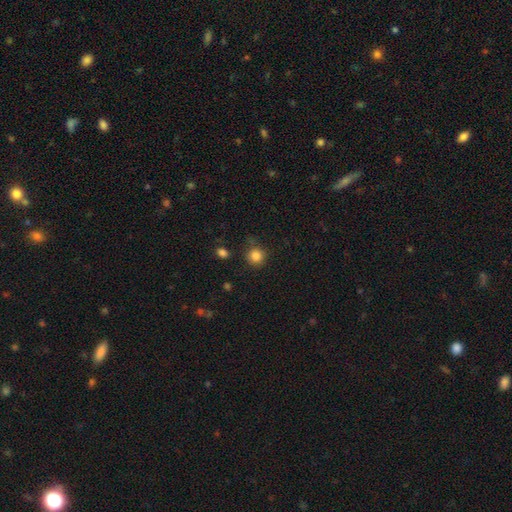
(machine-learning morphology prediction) type=smooth (84%); roundness=round (91%); merging=none (80%).